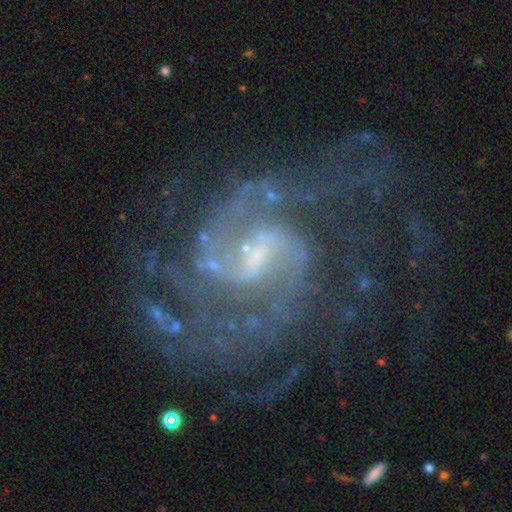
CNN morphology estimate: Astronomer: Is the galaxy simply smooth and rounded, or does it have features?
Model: featured or disk — 91%.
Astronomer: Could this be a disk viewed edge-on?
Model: no — 98%.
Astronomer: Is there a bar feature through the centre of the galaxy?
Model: weak — 56%.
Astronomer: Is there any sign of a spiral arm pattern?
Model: yes — 98%.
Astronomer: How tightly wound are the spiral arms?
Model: medium — 54% (runner-up: tight, 29%).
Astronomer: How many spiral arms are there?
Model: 2 — 56%.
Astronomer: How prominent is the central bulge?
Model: small — 62%.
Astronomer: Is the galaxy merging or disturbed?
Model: none — 60%.